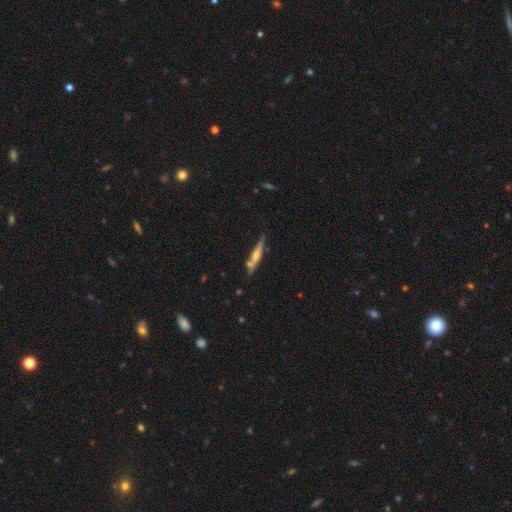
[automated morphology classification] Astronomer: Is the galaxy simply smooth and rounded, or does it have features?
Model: featured or disk — 68%.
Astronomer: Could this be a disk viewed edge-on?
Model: yes — 96%.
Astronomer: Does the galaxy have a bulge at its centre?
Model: rounded — 78%.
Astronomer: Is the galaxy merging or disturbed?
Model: none — 76%.